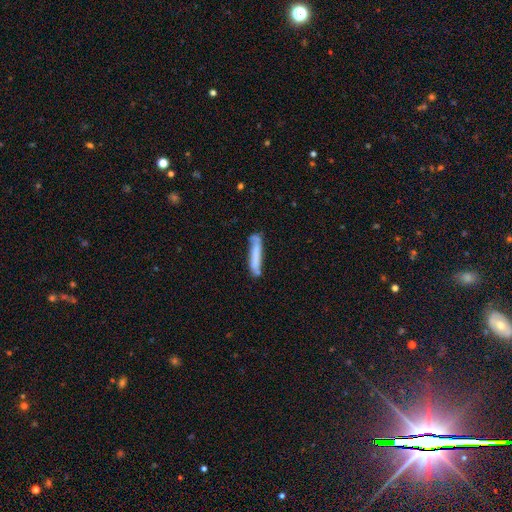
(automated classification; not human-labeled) A smooth galaxy with no disk features (69%) that is cigar-shaped (92%).

Vote fractions:
- Smooth or featured? smooth: 69% / featured or disk: 24% / star or artifact: 6%
- How rounded? cigar-shaped: 92% / in between: 7% / round: 1%
- Merging? none: 65% / minor disturbance: 22% / merger: 7% / major disturbance: 6%